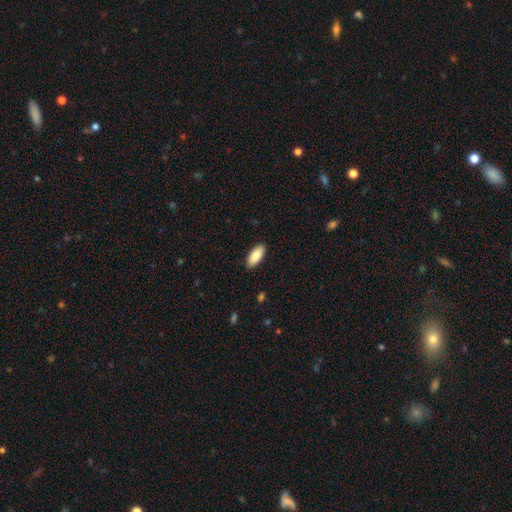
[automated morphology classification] A smooth galaxy with no disk features (89%) that is in between round and cigar-shaped (89%).

Vote fractions:
- Smooth or featured? smooth: 89% / star or artifact: 6% / featured or disk: 5%
- How rounded? in between: 89% / cigar-shaped: 9% / round: 2%
- Merging? none: 89% / minor disturbance: 8% / major disturbance: 2% / merger: 1%